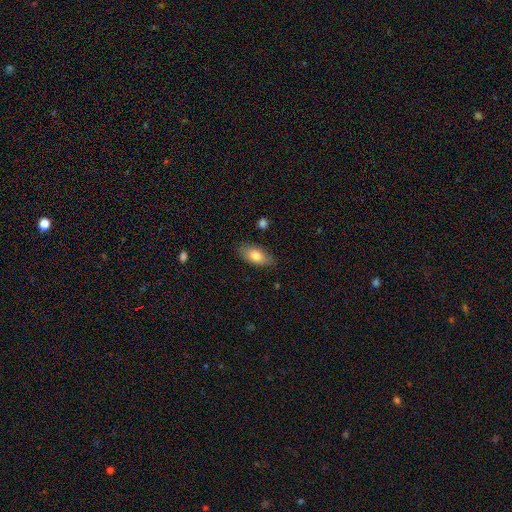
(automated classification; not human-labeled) smooth 80%, featured or disk 13%, star or artifact 7%. Down the decision tree: how rounded — in between (89%); merging — none (83%).